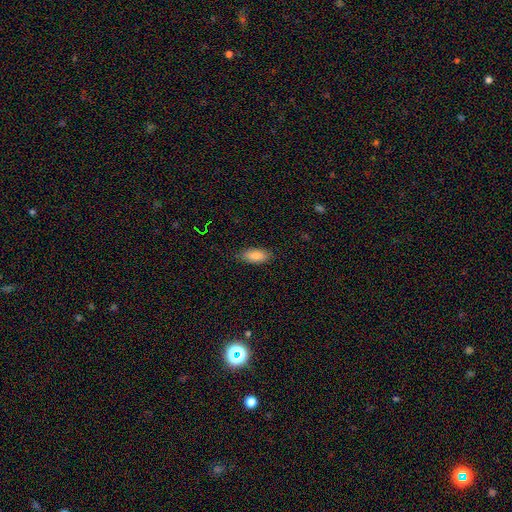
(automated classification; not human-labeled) Morphology: type=smooth (85%); roundness=in between (89%); merging=none (82%).